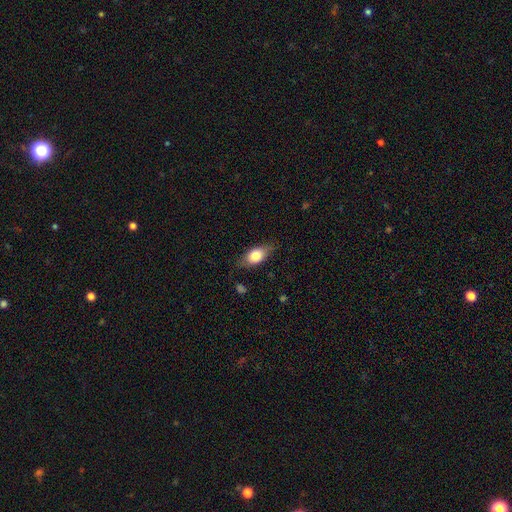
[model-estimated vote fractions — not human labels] Smooth or featured: smooth — 75% (featured or disk — 18%)
How rounded: in between — 84% (round — 8%)
Merging: none — 75% (minor disturbance — 19%)